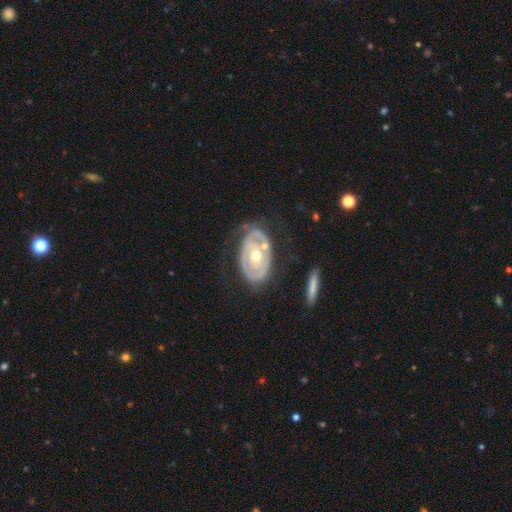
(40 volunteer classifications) Smooth or featured? 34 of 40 (85%) said featured or disk. Edge-on disk? 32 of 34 (94%) said no. Bar? 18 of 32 (56%) said no. Spiral arms? 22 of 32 (69%) said yes. Spiral winding? 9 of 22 (41%, tied with medium) said tight. Spiral arm count? 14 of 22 (64%) said 2. Bulge size? 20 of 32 (62%) said moderate. Merging? 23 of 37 (62%) said none.